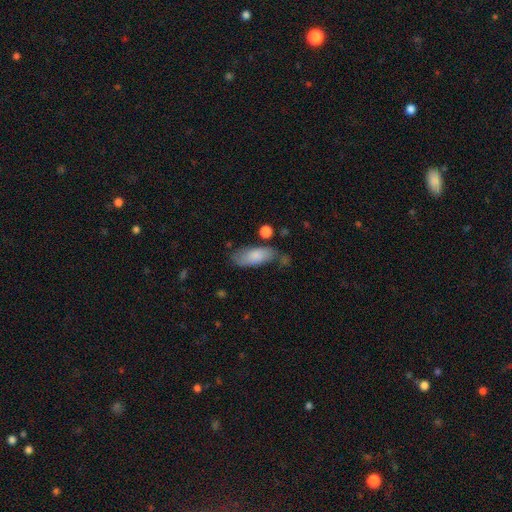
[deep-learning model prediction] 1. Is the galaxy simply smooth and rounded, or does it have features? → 79% smooth, 15% featured or disk, 6% star or artifact.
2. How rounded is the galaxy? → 80% in between, 18% cigar-shaped, 2% round.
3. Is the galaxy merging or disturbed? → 59% none, 26% minor disturbance, 8% major disturbance, 7% merger.